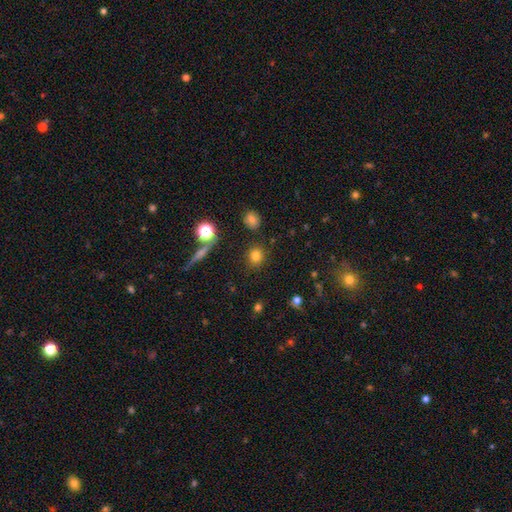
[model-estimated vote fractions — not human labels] Smooth or featured? Predicted: smooth (p=0.78). How rounded? Predicted: round (p=0.82). Merging? Predicted: none (p=0.87).